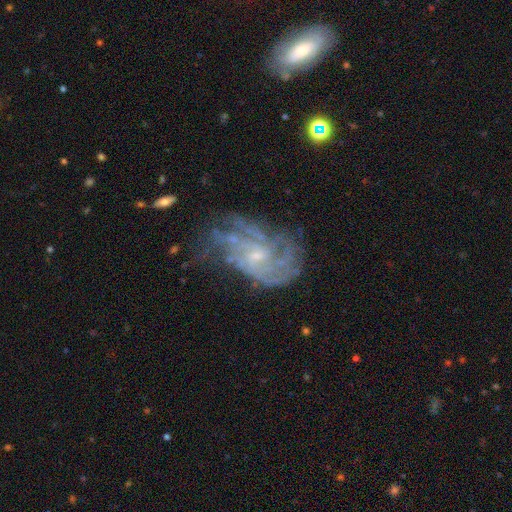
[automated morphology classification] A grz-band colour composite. It shows a featured or disk galaxy (82%) with no bar (58%), tight (45%) spiral arms (88%) and a small central bulge (70%). Merging: none (48%).